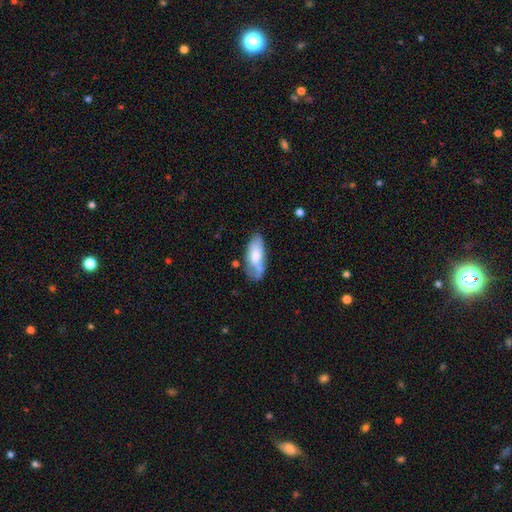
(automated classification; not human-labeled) Morphology: type=smooth (66%); roundness=in between (83%); merging=none (47%).